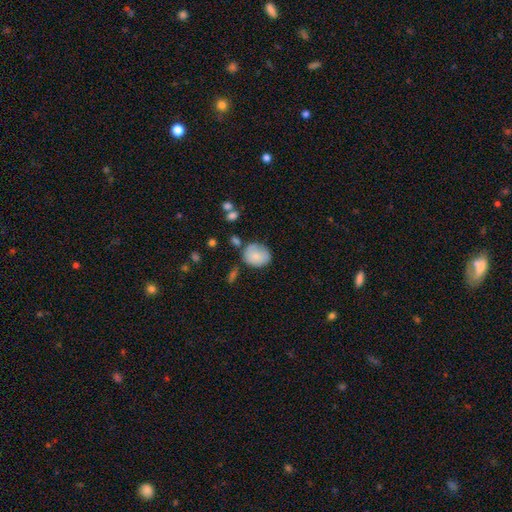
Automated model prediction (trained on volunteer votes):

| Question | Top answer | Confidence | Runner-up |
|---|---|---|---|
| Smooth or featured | smooth | 82% | featured or disk (11%) |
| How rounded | round | 63% | in between (36%) |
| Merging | none | 64% | minor disturbance (24%) |